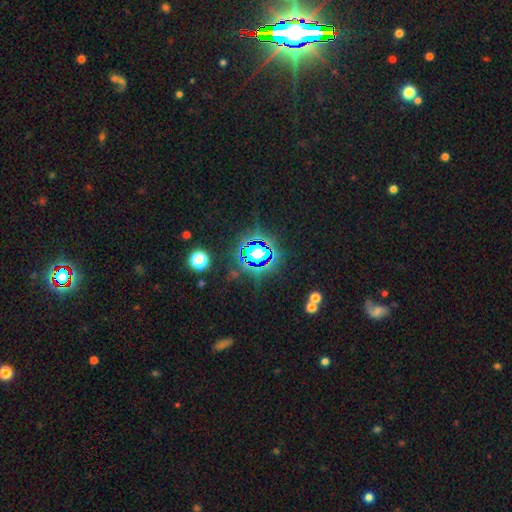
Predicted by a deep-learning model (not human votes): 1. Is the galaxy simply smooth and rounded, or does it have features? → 66% star or artifact, 22% smooth, 12% featured or disk.